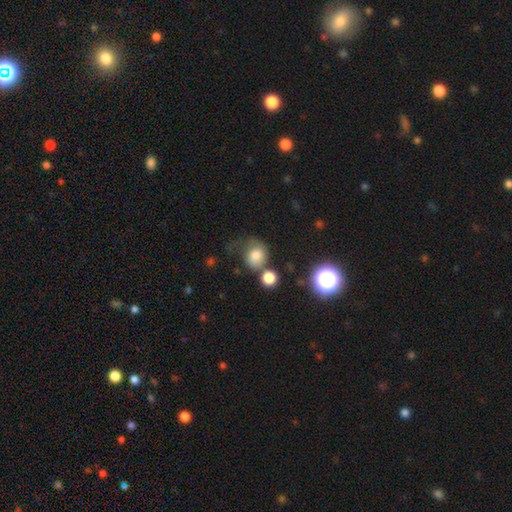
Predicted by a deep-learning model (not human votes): Smooth or featured?
  - smooth: 75% *
  - star or artifact: 13%
  - featured or disk: 12%
How rounded?
  - round: 69% *
  - in between: 30%
  - cigar-shaped: 1%
Merging?
  - none: 39% *
  - minor disturbance: 22%
  - major disturbance: 20%
  - merger: 20%